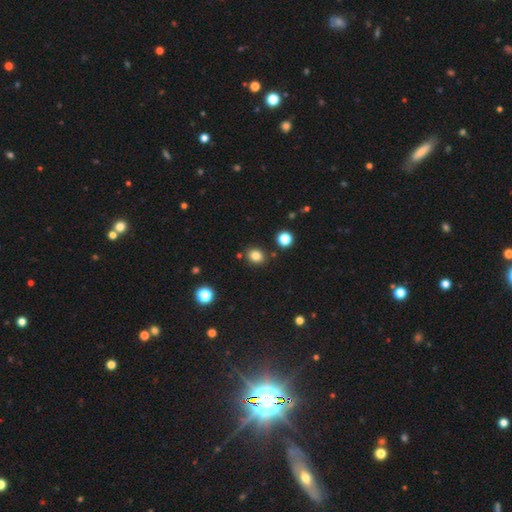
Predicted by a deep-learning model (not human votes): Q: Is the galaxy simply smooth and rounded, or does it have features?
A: smooth — 82%.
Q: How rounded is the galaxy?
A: round — 64%.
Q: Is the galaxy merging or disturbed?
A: none — 84%.